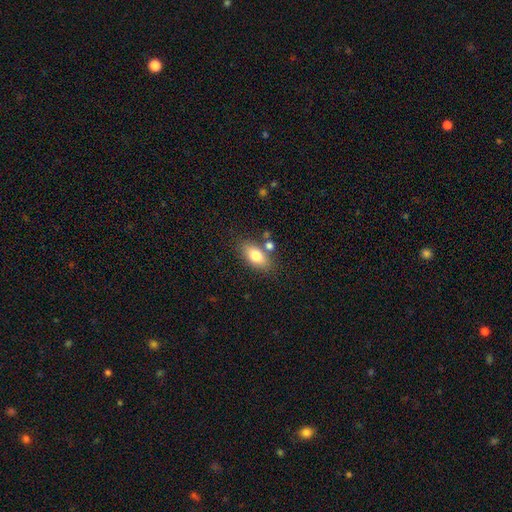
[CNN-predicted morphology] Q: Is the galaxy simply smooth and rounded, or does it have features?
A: smooth — 77%.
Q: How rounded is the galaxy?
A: in between — 87%.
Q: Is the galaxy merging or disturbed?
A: none — 73%.